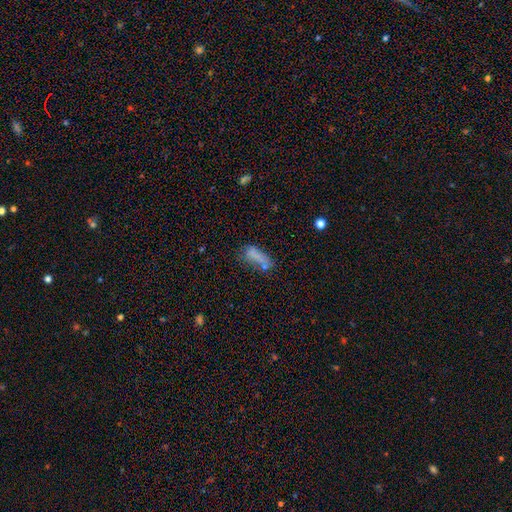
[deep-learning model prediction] Smooth or featured?
  - smooth: 71% *
  - featured or disk: 16%
  - star or artifact: 13%
How rounded?
  - in between: 65% *
  - cigar-shaped: 31%
  - round: 4%
Merging?
  - none: 41% *
  - minor disturbance: 25%
  - major disturbance: 20%
  - merger: 14%